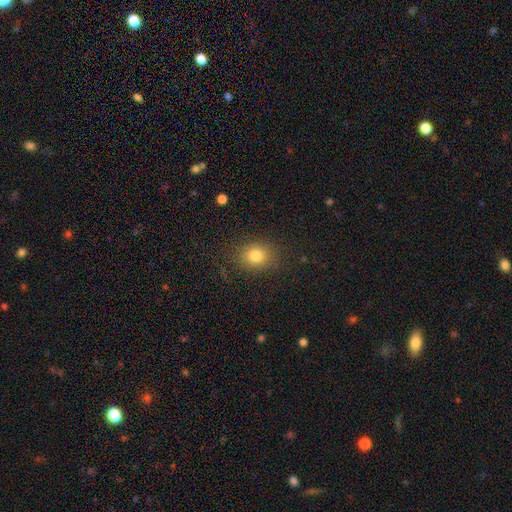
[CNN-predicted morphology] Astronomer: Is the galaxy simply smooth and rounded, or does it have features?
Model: smooth — 79%.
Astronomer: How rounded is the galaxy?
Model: round — 63%.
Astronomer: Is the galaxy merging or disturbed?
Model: none — 85%.